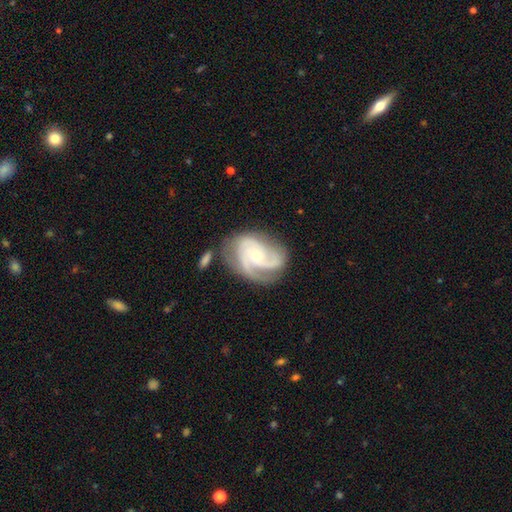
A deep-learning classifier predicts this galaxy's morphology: Overall: featured or disk (88%). Edge-on disk: no (98%). Bar: no (66%; weak 27%). Spiral arms: yes (98%). Spiral arm count: 3 (46%; 2 32%). Spiral winding: tight (47%; medium 43%). Bulge size: small (62%; moderate 34%). Merging: none (62%; minor disturbance 22%).